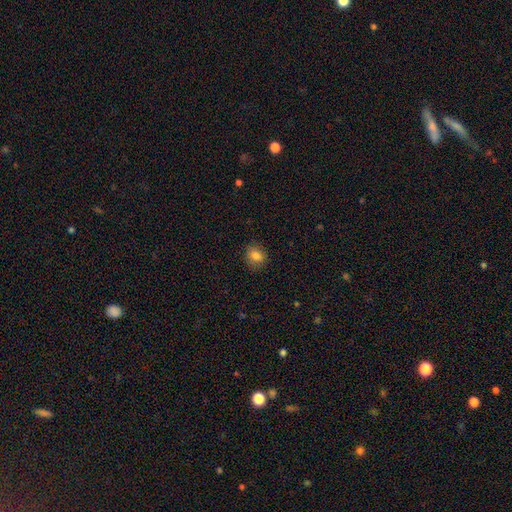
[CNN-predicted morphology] smooth_or_featured: smooth (p=0.82) [alt: star or artifact p=0.11]
how_rounded: round (p=0.64) [alt: in between p=0.35]
merging: none (p=0.85) [alt: minor disturbance p=0.11]